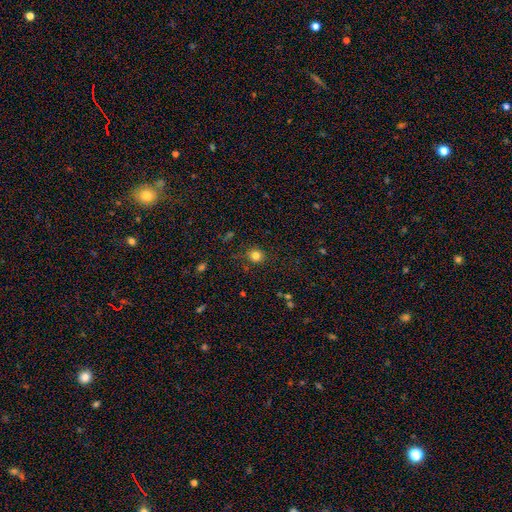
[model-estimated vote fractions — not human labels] Q: Smooth or featured?
A: smooth (81%); runner-up: star or artifact (13%)
Q: How rounded?
A: round (88%); runner-up: in between (11%)
Q: Merging?
A: none (85%); runner-up: minor disturbance (11%)